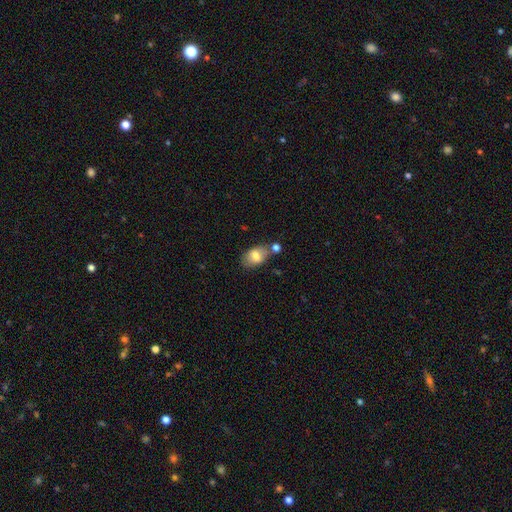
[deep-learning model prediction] smooth 73%, featured or disk 20%, star or artifact 8%. Down the decision tree: how rounded — in between (88%); merging — none (59%).